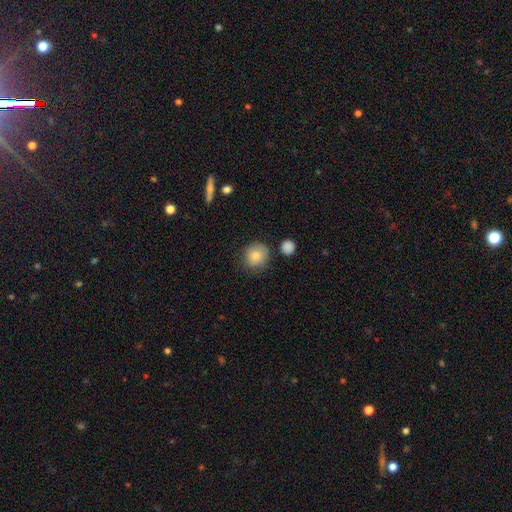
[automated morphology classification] type=smooth (81%); roundness=round (89%); merging=none (78%).